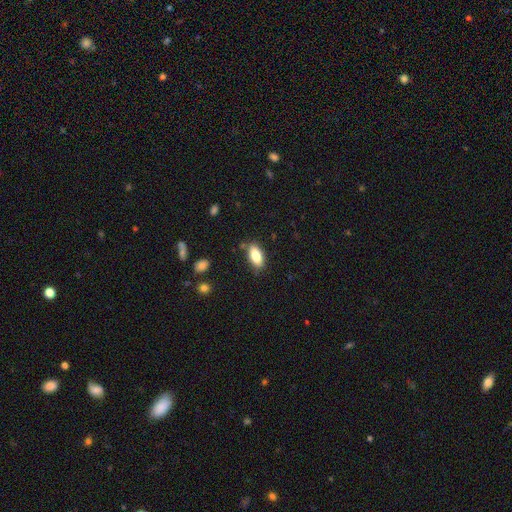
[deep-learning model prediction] A smooth galaxy with no disk features (81%) that is in between round and cigar-shaped (87%).

Vote fractions:
- Smooth or featured? smooth: 81% / featured or disk: 12% / star or artifact: 7%
- How rounded? in between: 87% / cigar-shaped: 9% / round: 3%
- Merging? none: 82% / minor disturbance: 13% / major disturbance: 3% / merger: 3%